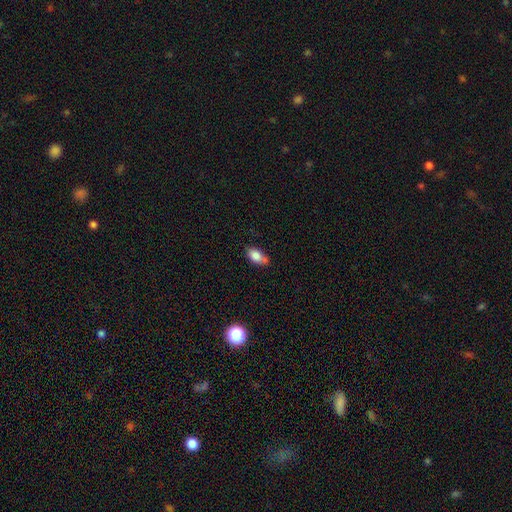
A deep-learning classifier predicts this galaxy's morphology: A smooth galaxy with no disk features (81%) that is in between round and cigar-shaped (88%).

Vote fractions:
- Smooth or featured? smooth: 81% / featured or disk: 10% / star or artifact: 9%
- How rounded? in between: 88% / round: 7% / cigar-shaped: 5%
- Merging? none: 55% / minor disturbance: 29% / merger: 11% / major disturbance: 6%